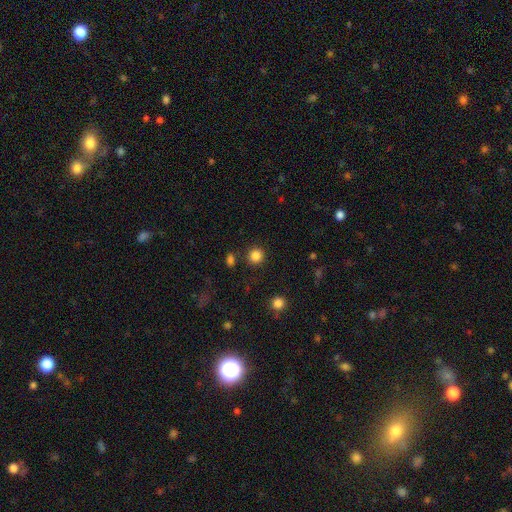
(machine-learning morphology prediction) Overall: smooth (85%). How rounded: round (92%). Merging: none (88%).